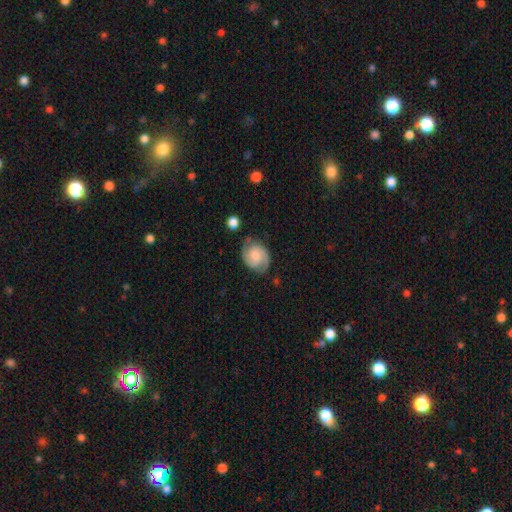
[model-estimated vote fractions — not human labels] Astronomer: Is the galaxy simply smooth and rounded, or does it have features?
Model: featured or disk — 74%.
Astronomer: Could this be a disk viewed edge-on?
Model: no — 98%.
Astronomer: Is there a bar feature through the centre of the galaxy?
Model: no — 61%.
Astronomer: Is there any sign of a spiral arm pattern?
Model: yes — 96%.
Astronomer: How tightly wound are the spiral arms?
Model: medium — 44% (runner-up: tight, 43%).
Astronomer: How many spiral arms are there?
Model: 2 — 89%.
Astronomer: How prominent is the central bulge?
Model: none — 28% (runner-up: moderate, 27%).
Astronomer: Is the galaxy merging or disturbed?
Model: none — 74%.